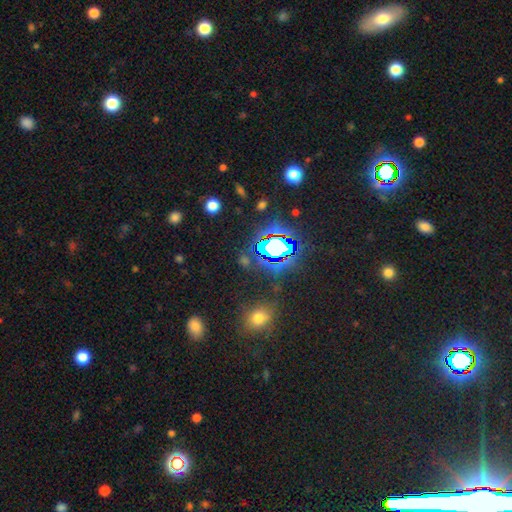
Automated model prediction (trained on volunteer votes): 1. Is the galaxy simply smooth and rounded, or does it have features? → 69% star or artifact, 23% smooth, 8% featured or disk.